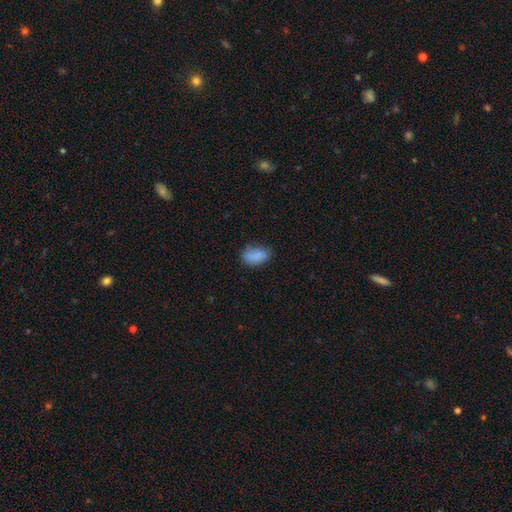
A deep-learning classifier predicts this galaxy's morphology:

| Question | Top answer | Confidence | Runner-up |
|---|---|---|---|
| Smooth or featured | smooth | 87% | star or artifact (8%) |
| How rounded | in between | 91% | round (6%) |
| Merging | none | 71% | minor disturbance (23%) |